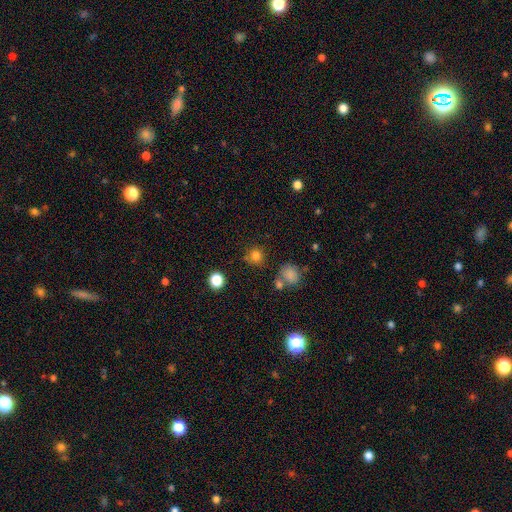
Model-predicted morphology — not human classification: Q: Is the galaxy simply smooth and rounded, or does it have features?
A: smooth — 81%.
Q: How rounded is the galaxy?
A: round — 90%.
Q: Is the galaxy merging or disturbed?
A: none — 76%.